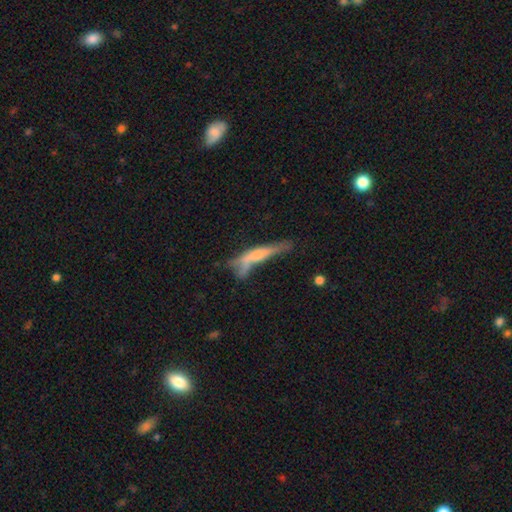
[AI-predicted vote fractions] Smooth or featured: smooth — 49% (featured or disk — 42%)
Merging: none — 37% (minor disturbance — 22%)